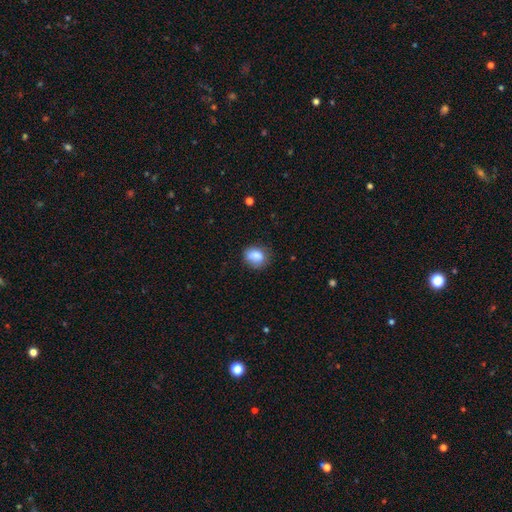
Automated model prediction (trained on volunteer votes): Smooth or featured? Predicted: smooth (p=0.84). How rounded? Predicted: round (p=0.54). Merging? Predicted: none (p=0.66).